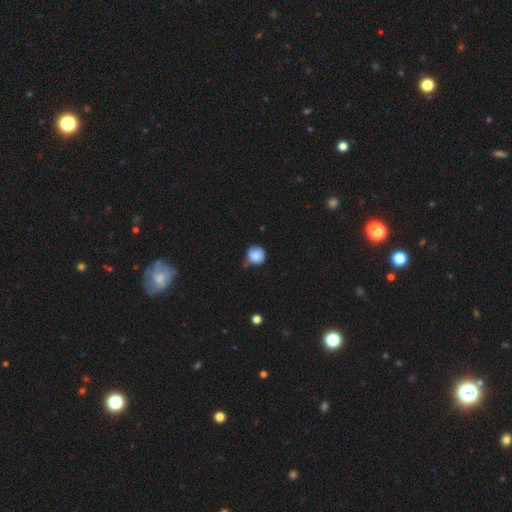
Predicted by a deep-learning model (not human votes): This is clearly a smooth galaxy (82%). How rounded: clearly round (89%). Merging: possibly none (48%).